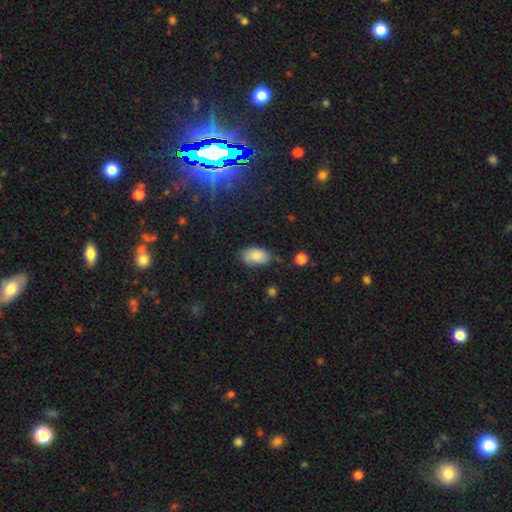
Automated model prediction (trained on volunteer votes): A smooth galaxy with no disk features (79%) that is in between round and cigar-shaped (92%). Merging: none (62%).